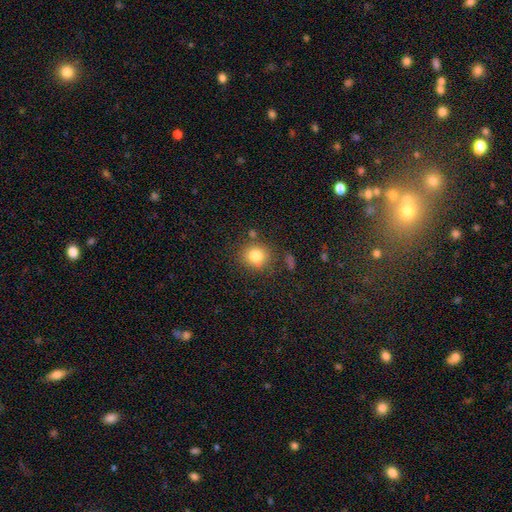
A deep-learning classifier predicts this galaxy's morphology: Q: Smooth or featured?
A: smooth (82%); runner-up: star or artifact (11%)
Q: How rounded?
A: round (81%); runner-up: in between (18%)
Q: Merging?
A: none (79%); runner-up: minor disturbance (12%)